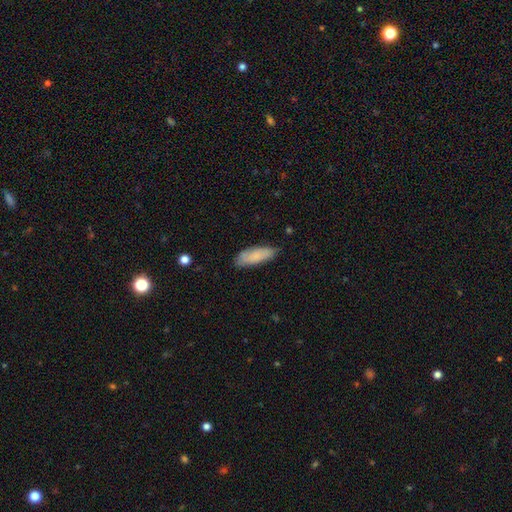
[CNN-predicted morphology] smooth-or-featured: smooth: 82% | featured or disk: 12% | star or artifact: 6%
  how-rounded: in between: 64% | cigar-shaped: 34% | round: 2%
  merging: none: 75% | minor disturbance: 20% | major disturbance: 3% | merger: 1%